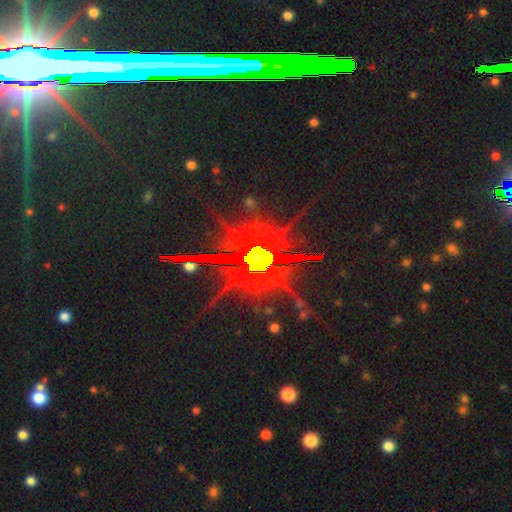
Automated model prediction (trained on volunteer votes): star or artifact 76%, featured or disk 17%, smooth 7%.